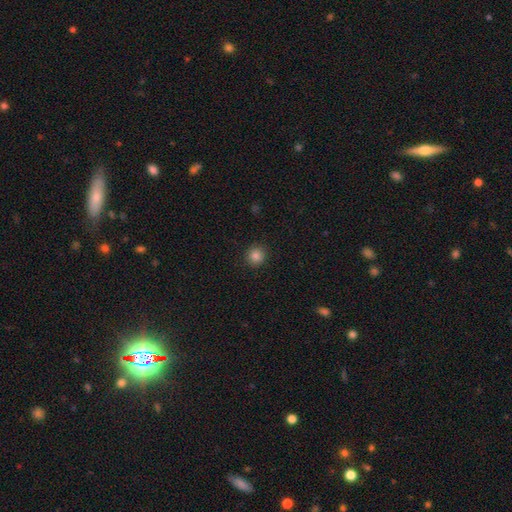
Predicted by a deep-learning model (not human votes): Smooth or featured?
  - smooth: 84% *
  - star or artifact: 11%
  - featured or disk: 4%
How rounded?
  - round: 91% *
  - in between: 8%
  - cigar-shaped: 1%
Merging?
  - none: 91% *
  - minor disturbance: 6%
  - major disturbance: 2%
  - merger: 1%